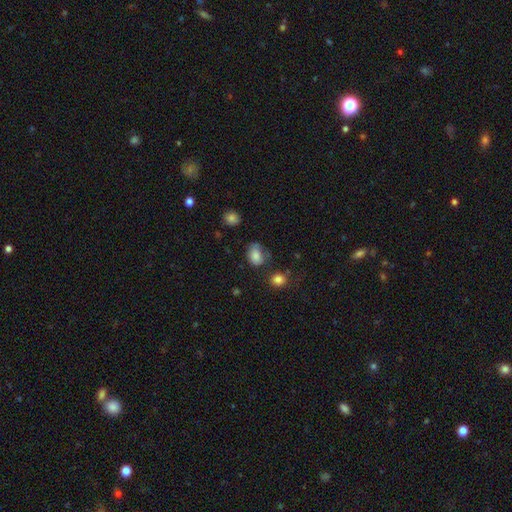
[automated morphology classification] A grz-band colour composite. It shows a smooth galaxy with no disk features (81%) that is in between round and cigar-shaped (71%). Merging: none (48%).